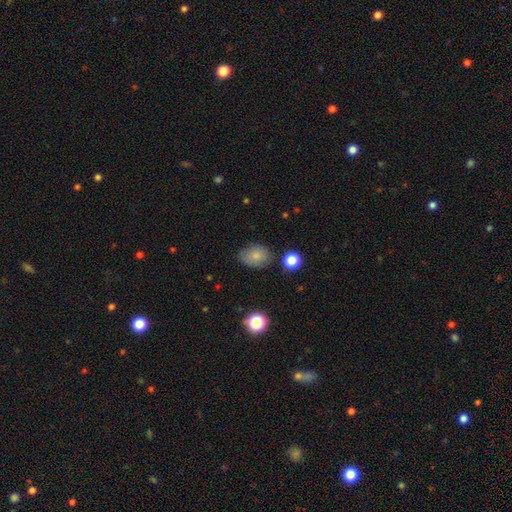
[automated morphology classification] Smooth or featured? smooth (81%)
How rounded? in between (74%)
Merging? none (75%)